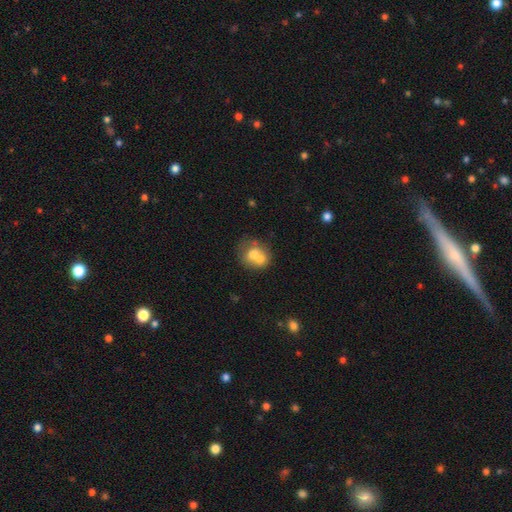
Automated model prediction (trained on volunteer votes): Smooth or featured?
  - smooth: 63% *
  - featured or disk: 27%
  - star or artifact: 10%
How rounded?
  - round: 67% *
  - in between: 32%
  - cigar-shaped: 1%
Merging?
  - merger: 59% *
  - none: 28%
  - minor disturbance: 9%
  - major disturbance: 4%